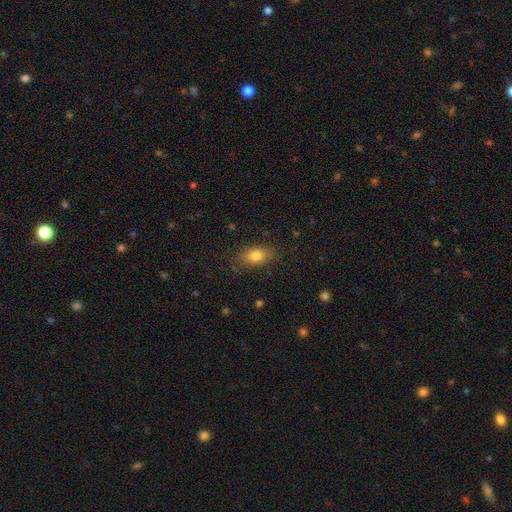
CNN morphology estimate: Smooth or featured: smooth — 80% (featured or disk — 11%)
How rounded: in between — 85% (round — 9%)
Merging: none — 81% (minor disturbance — 13%)